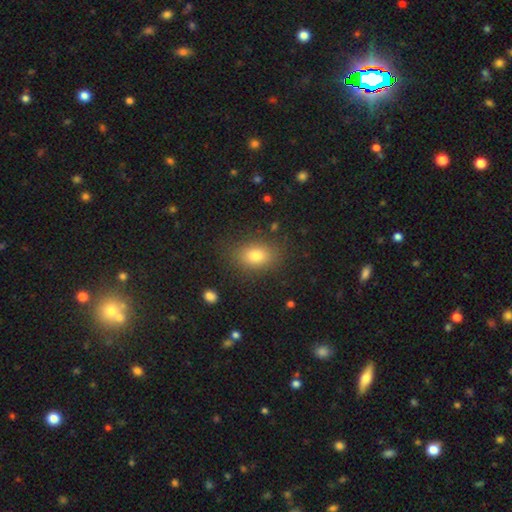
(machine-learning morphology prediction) Smooth or featured? smooth (78%)
How rounded? in between (76%)
Merging? none (83%)